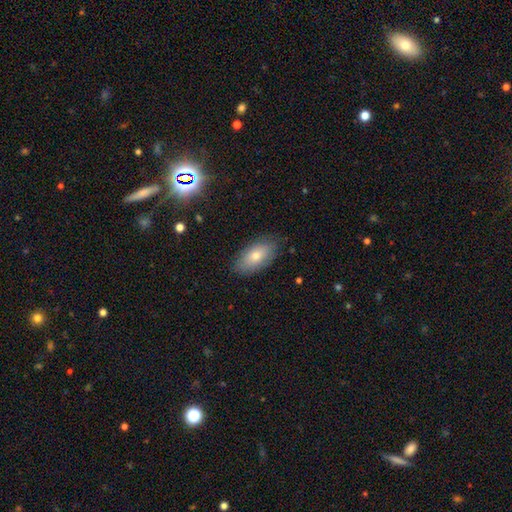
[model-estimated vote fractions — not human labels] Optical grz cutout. It shows a smooth galaxy with no disk features (70%) that is in between round and cigar-shaped (90%). Merging: none (83%).